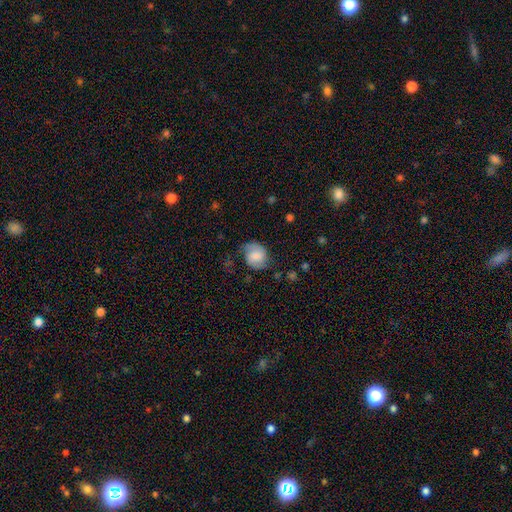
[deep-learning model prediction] A smooth galaxy with no disk features (54%) that is round (60%). Merging: none (62%).